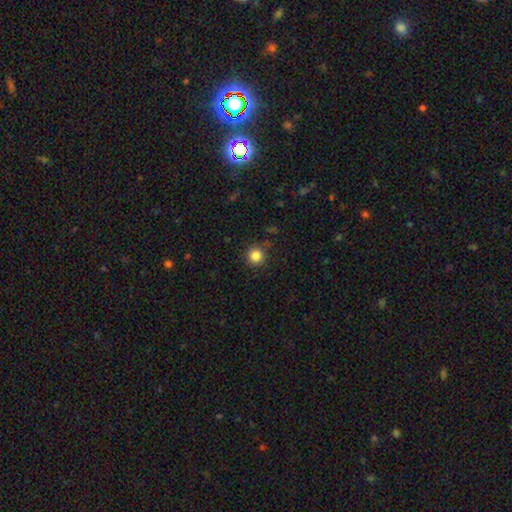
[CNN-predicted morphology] The model was most divided on "smooth or featured": smooth: 85%, star or artifact: 11%, featured or disk: 4%. More confident: how rounded — round (95%); merging — none (88%).